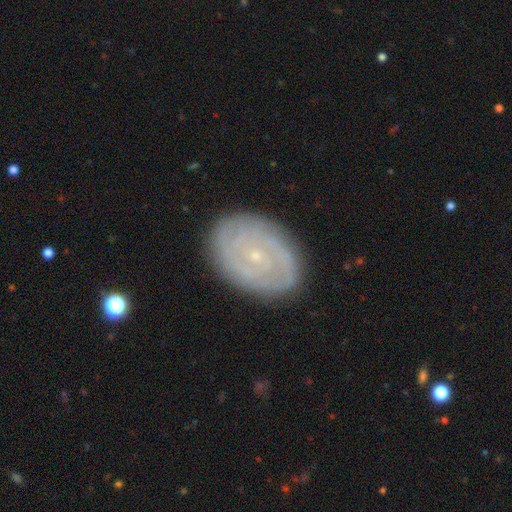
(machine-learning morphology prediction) Smooth or featured: featured or disk — 78% (smooth — 16%)
Edge-on disk: no — 96% (yes — 4%)
Bar: no — 76% (weak — 19%)
Spiral arms: yes — 89% (no — 11%)
Spiral winding: tight — 79% (medium — 17%)
Spiral arm count: can't tell — 40% (2 — 24%)
Bulge size: small — 87% (moderate — 9%)
Merging: none — 85% (minor disturbance — 11%)